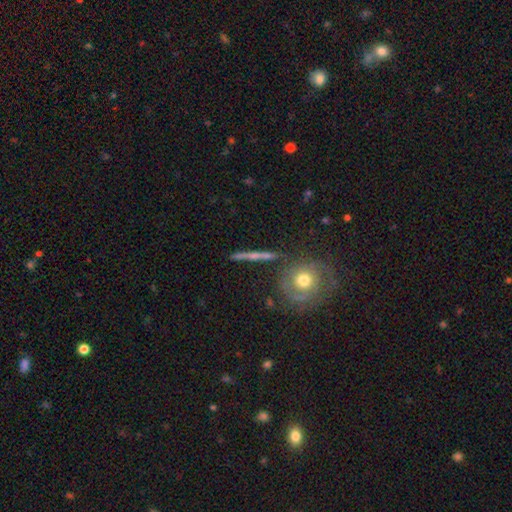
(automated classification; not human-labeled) Overall: featured or disk (62%; smooth 30%). Edge-on disk: yes (86%). Edge-on bulge: none (52%; rounded 41%). Merging: none (84%).